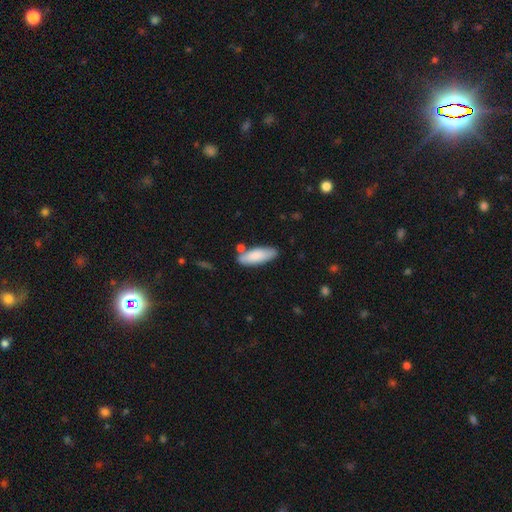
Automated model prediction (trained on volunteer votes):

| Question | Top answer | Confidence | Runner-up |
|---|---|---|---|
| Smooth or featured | smooth | 83% | featured or disk (12%) |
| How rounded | in between | 62% | cigar-shaped (37%) |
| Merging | none | 76% | minor disturbance (14%) |